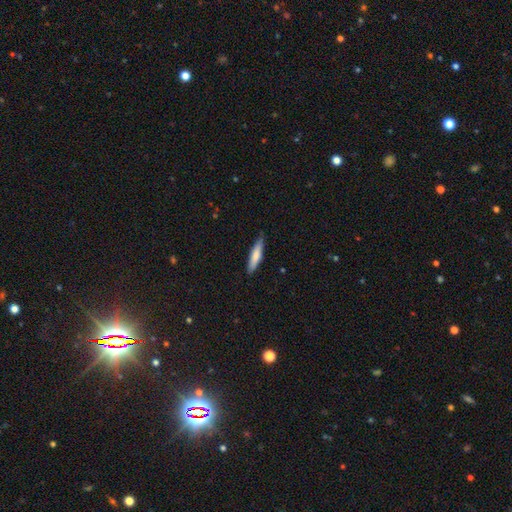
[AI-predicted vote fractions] This appears to be a smooth galaxy with no disk features (74%) that is cigar-shaped (82%). Merging: none (84%).